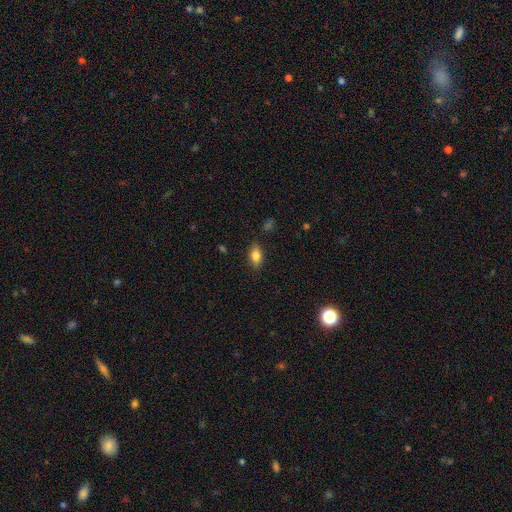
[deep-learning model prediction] smooth 81%, featured or disk 10%, star or artifact 9%. Down the decision tree: how rounded — in between (87%); merging — none (85%).